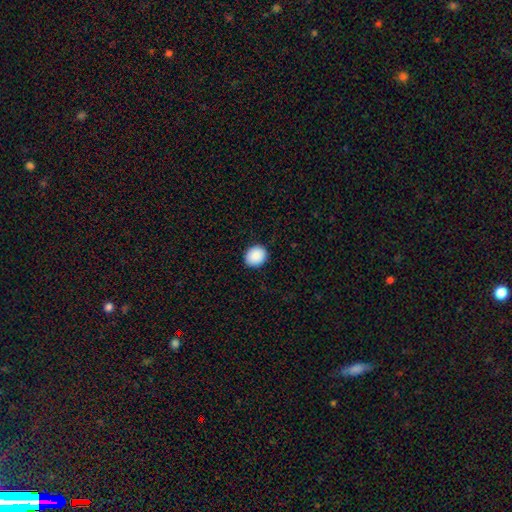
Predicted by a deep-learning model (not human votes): A smooth galaxy with no disk features (90%) that is round (70%). Merging: none (90%).